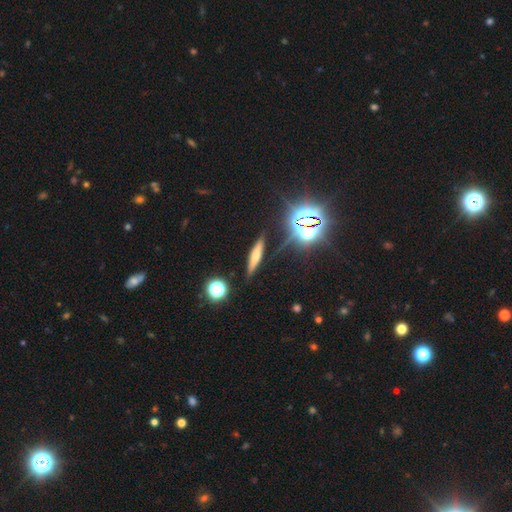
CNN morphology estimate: smooth-or-featured: smooth: 49% | featured or disk: 32% | star or artifact: 19%
  merging: none: 83% | minor disturbance: 11% | major disturbance: 3% | merger: 3%